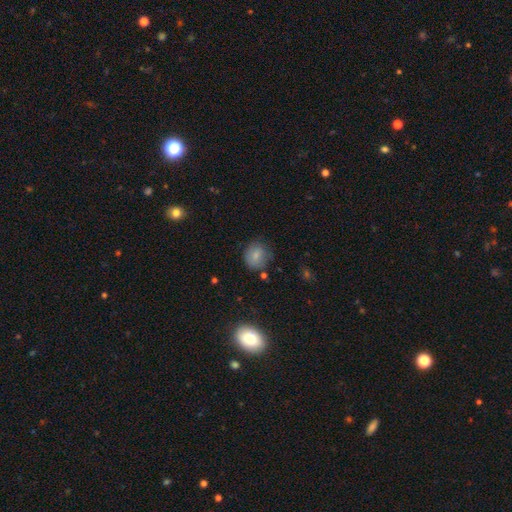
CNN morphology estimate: smooth-or-featured: smooth: 80% | star or artifact: 10% | featured or disk: 9%
  how-rounded: round: 75% | in between: 24% | cigar-shaped: 1%
  merging: none: 71% | minor disturbance: 21% | major disturbance: 5% | merger: 3%